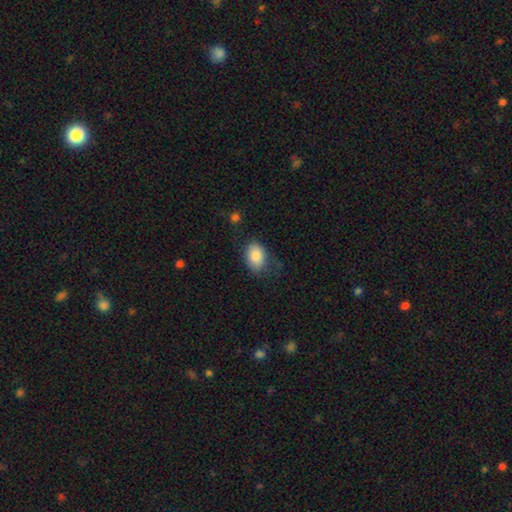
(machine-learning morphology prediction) Overall: smooth (86%). How rounded: in between (81%). Merging: none (68%).